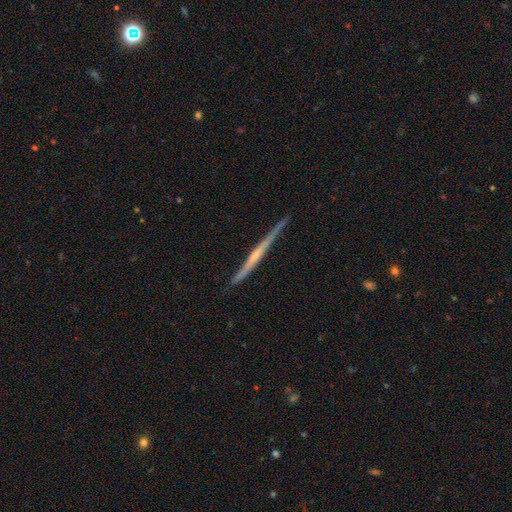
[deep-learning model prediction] This appears to be a featured or disk galaxy (74%) viewed edge-on (98%) with no central bulge (53%). Merging: none (84%).